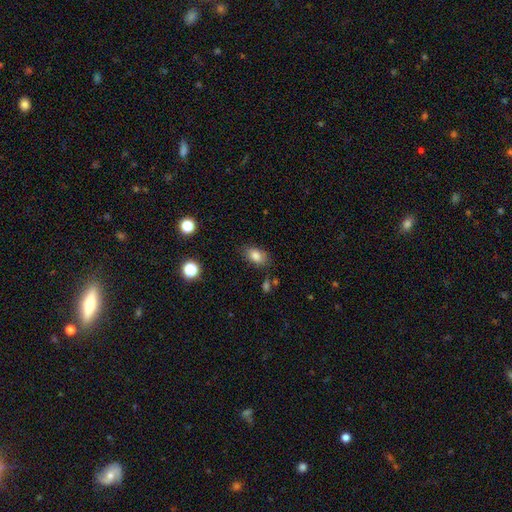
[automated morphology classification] The model was most divided on "merging": none: 78%, minor disturbance: 16%, major disturbance: 4%, merger: 3%. More confident: how rounded — in between (88%); smooth or featured — smooth (82%).